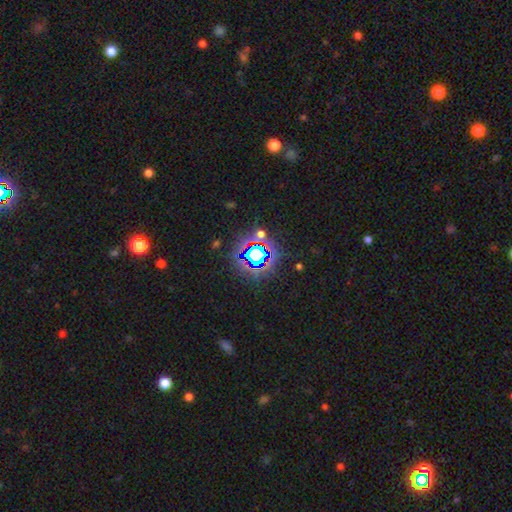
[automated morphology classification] A star or artifact, not a galaxy (74%).